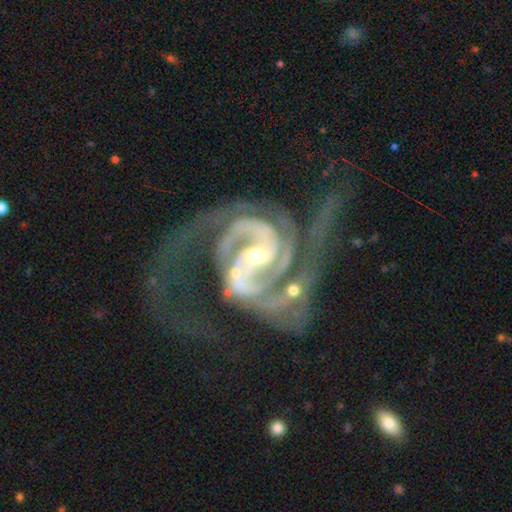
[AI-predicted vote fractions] This is clearly a featured or disk galaxy (94%). It is clearly not viewed edge-on (98%). Bar: marginally weak (39%). Spiral arm pattern: clearly yes (99%). Spiral arm count: likely 2 (75%). Spiral winding: possibly medium (52%). Central bulge: possibly small (53%). Merging: marginally none (42%).